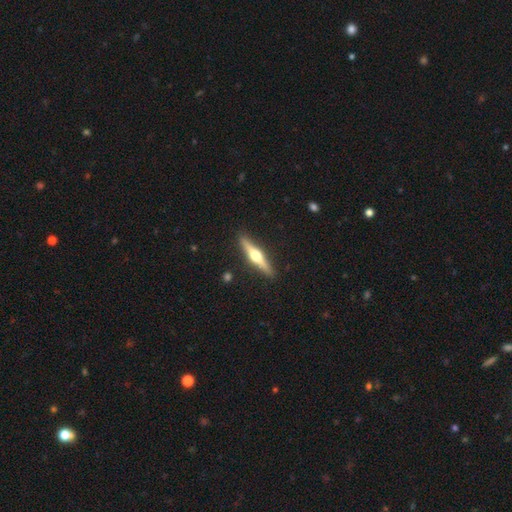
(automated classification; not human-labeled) This is likely a featured or disk galaxy (72%). It is clearly viewed edge-on (98%). Edge-on bulge: clearly rounded (95%). Merging: clearly none (91%).